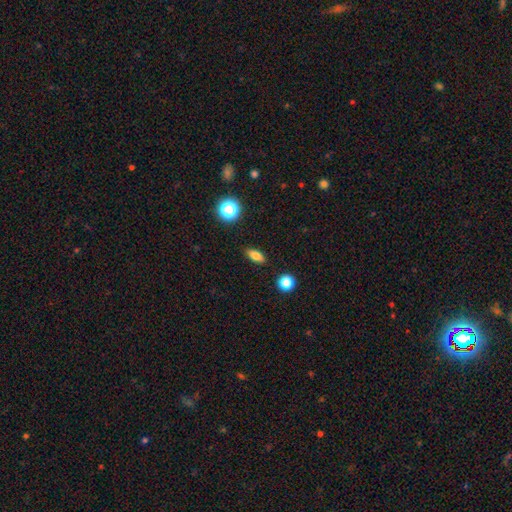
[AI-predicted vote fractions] This is likely a smooth galaxy (77%). How rounded: likely in between (76%). Merging: clearly none (89%).